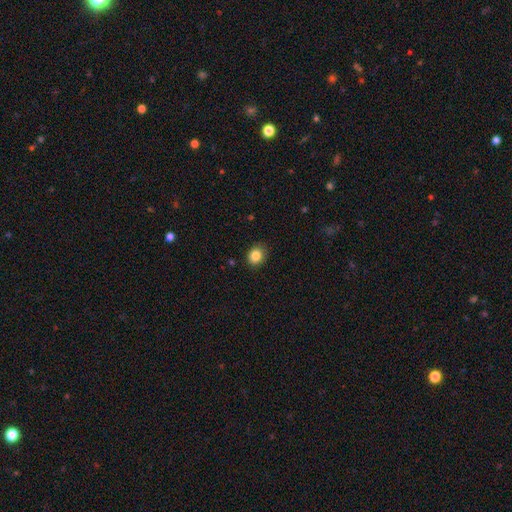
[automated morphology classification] Q: Smooth or featured?
A: smooth (85%); runner-up: star or artifact (10%)
Q: How rounded?
A: round (60%); runner-up: in between (39%)
Q: Merging?
A: none (86%); runner-up: minor disturbance (11%)